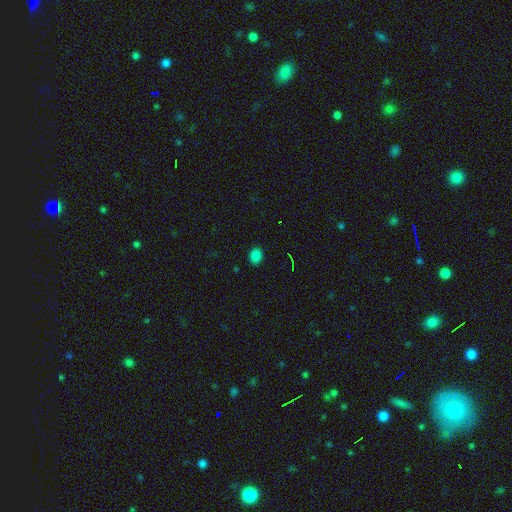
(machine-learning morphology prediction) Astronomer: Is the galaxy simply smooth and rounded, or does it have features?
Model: smooth — 81%.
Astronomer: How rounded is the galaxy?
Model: round — 50% (runner-up: in between, 49%).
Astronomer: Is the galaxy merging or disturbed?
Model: none — 88%.